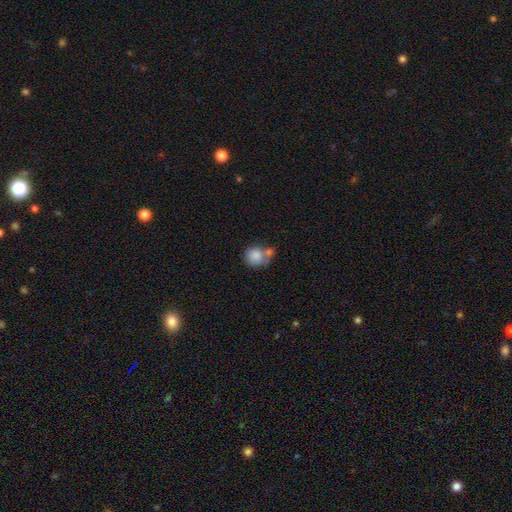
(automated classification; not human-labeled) Q: Smooth or featured?
A: smooth (83%); runner-up: featured or disk (9%)
Q: How rounded?
A: round (84%); runner-up: in between (15%)
Q: Merging?
A: none (41%); runner-up: merger (39%)